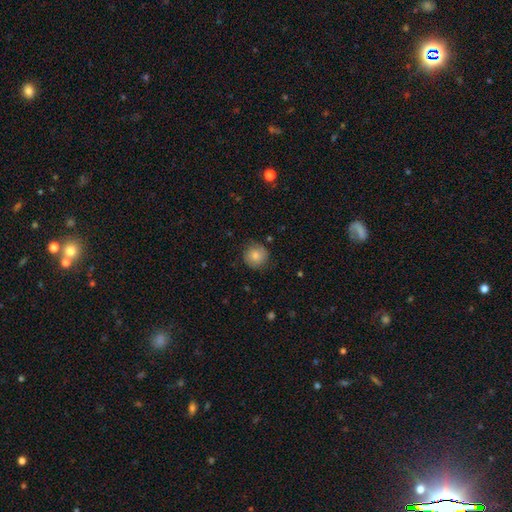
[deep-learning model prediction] Q: Smooth or featured?
A: smooth (77%); runner-up: featured or disk (14%)
Q: How rounded?
A: round (92%); runner-up: in between (7%)
Q: Merging?
A: none (81%); runner-up: minor disturbance (14%)